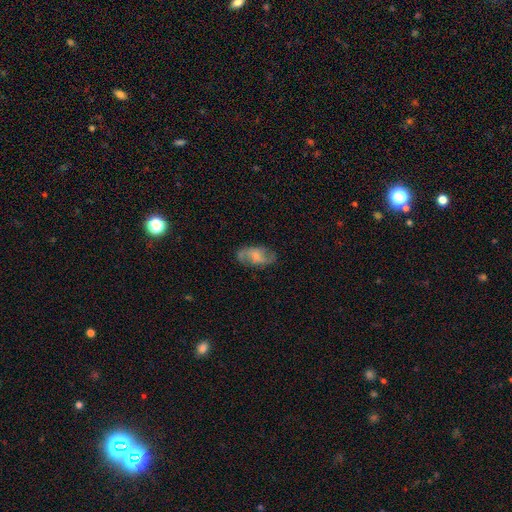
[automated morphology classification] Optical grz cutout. It shows a featured or disk galaxy (66%) with no bar (54%), 2 (86%) loose (44%) spiral arms (89%) and a small central bulge (51%). Merging: none (74%).